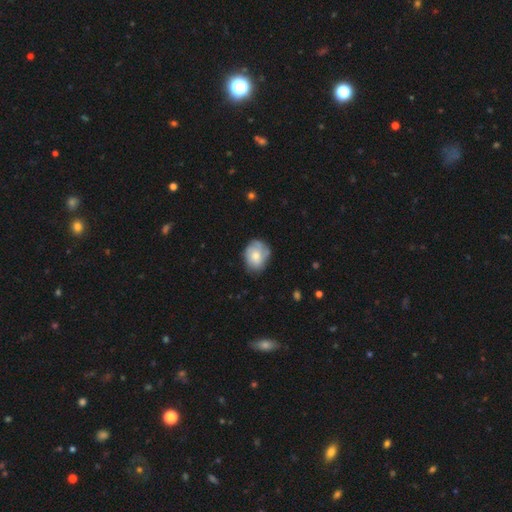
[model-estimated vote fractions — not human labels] The model was most divided on "how rounded": round: 50%, in between: 49%, cigar-shaped: 1%. More confident: merging — none (65%); smooth or featured — smooth (62%).